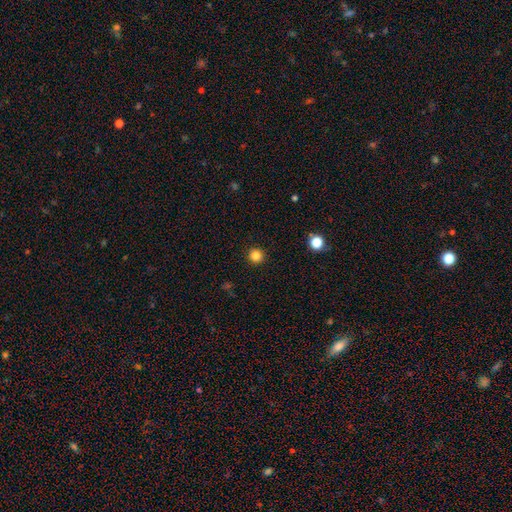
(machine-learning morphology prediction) Q: Smooth or featured?
A: smooth (83%); runner-up: star or artifact (13%)
Q: How rounded?
A: round (95%); runner-up: in between (5%)
Q: Merging?
A: none (92%); runner-up: minor disturbance (5%)